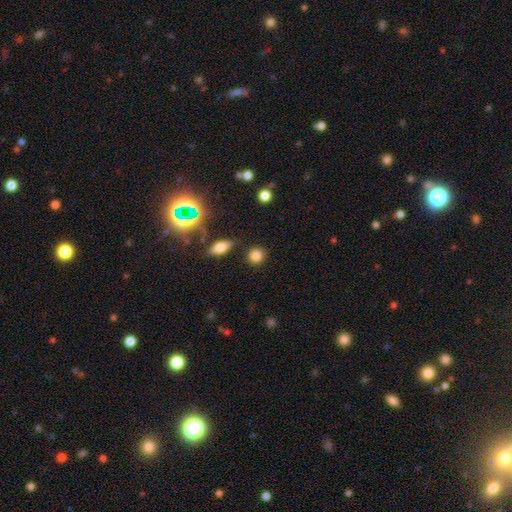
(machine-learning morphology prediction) smooth-or-featured: smooth: 82% | star or artifact: 13% | featured or disk: 6%
  how-rounded: round: 85% | in between: 13% | cigar-shaped: 2%
  merging: none: 85% | minor disturbance: 8% | merger: 3% | major disturbance: 3%